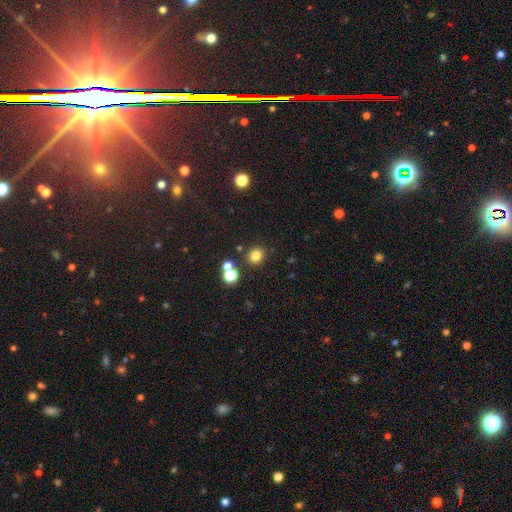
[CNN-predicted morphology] smooth_or_featured: smooth (p=0.79) [alt: star or artifact p=0.16]
how_rounded: round (p=0.86) [alt: in between p=0.13]
merging: none (p=0.83) [alt: minor disturbance p=0.08]